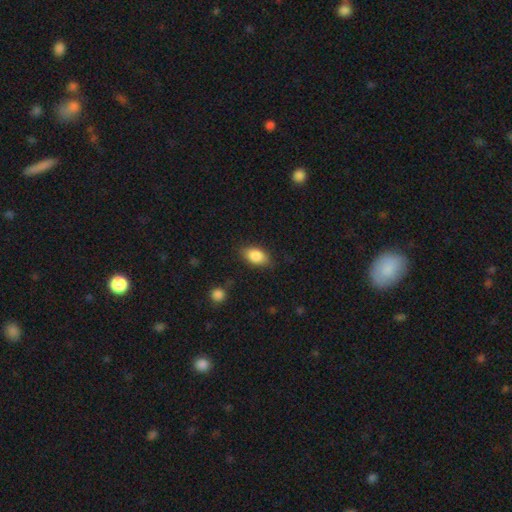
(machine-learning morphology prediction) This appears to be a smooth galaxy with no disk features (86%) that is in between round and cigar-shaped (90%). Merging: none (80%).